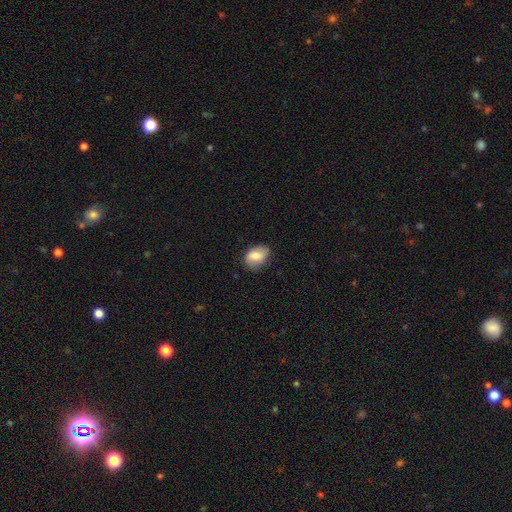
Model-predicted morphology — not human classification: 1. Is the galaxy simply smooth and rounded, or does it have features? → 73% smooth, 19% featured or disk, 7% star or artifact.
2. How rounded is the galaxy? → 76% in between, 23% round, 1% cigar-shaped.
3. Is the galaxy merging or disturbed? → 74% none, 20% minor disturbance, 4% major disturbance, 1% merger.